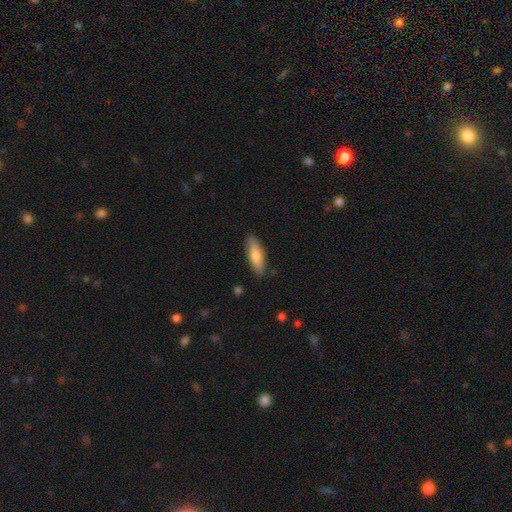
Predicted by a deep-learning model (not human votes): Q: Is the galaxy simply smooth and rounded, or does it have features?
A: smooth — 73%.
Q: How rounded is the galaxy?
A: cigar-shaped — 56%.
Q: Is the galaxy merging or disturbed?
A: none — 87%.